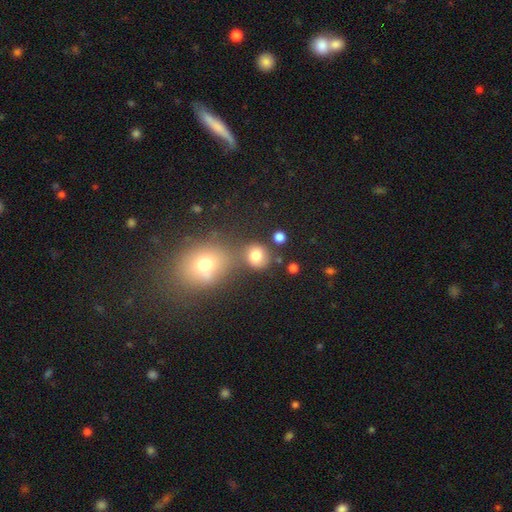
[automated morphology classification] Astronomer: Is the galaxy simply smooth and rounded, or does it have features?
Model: smooth — 78%.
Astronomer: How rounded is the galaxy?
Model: round — 75%.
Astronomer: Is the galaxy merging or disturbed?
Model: none — 63%.